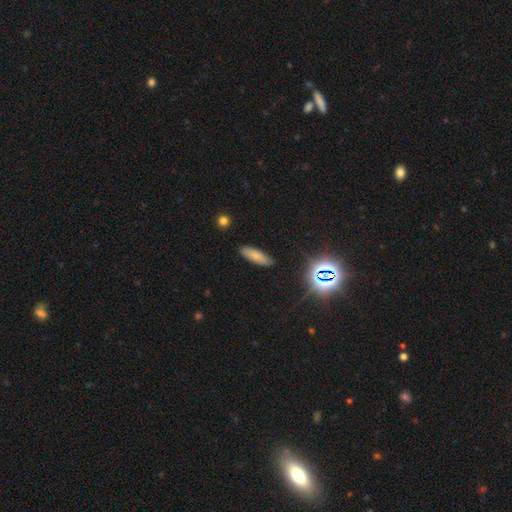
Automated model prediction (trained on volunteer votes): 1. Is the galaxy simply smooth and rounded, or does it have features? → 76% smooth, 12% featured or disk, 12% star or artifact.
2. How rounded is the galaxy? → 51% in between, 47% cigar-shaped, 2% round.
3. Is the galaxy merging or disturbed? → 87% none, 9% minor disturbance, 2% major disturbance, 1% merger.